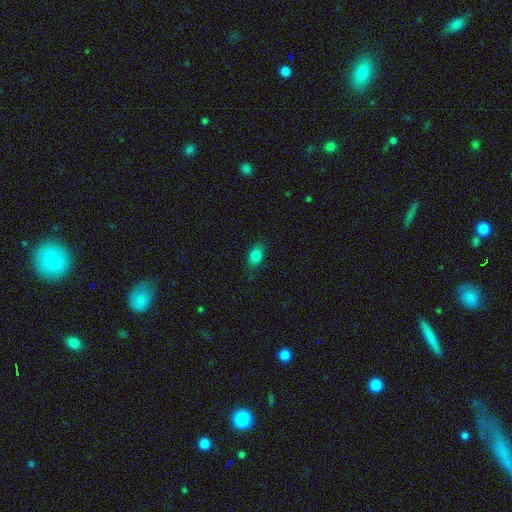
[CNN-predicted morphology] Smooth or featured: smooth — 83% (star or artifact — 11%)
How rounded: in between — 81% (round — 17%)
Merging: none — 82% (minor disturbance — 14%)